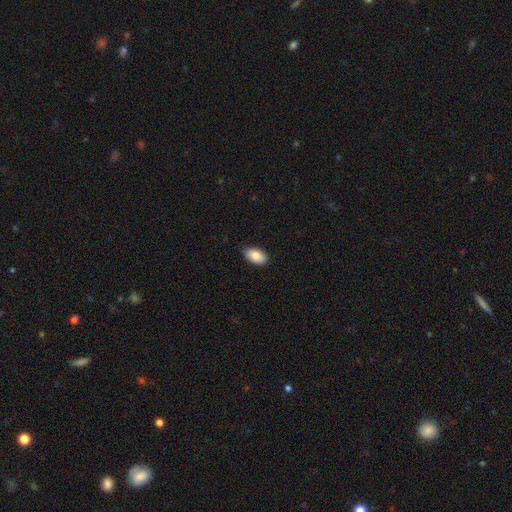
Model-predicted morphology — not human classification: Smooth or featured? smooth (87%)
How rounded? in between (94%)
Merging? none (85%)